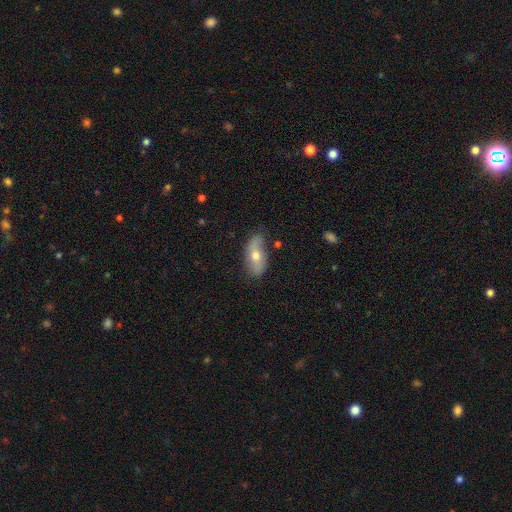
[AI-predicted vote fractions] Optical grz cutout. It shows a smooth galaxy with no disk features (49%). Merging: none (72%).